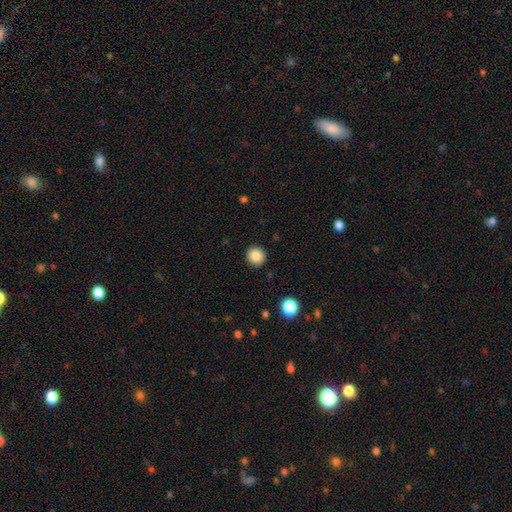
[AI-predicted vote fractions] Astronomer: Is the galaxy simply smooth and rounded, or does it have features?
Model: smooth — 86%.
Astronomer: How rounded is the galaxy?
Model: round — 91%.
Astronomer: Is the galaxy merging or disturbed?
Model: none — 91%.